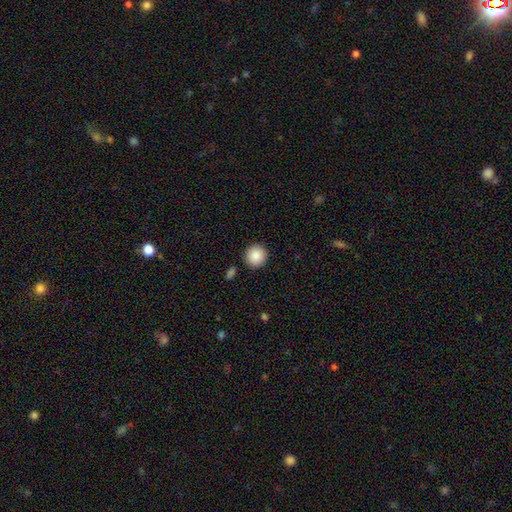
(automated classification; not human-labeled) smooth_or_featured: smooth (p=0.88) [alt: star or artifact p=0.08]
how_rounded: round (p=0.95) [alt: in between p=0.05]
merging: none (p=0.90) [alt: minor disturbance p=0.06]